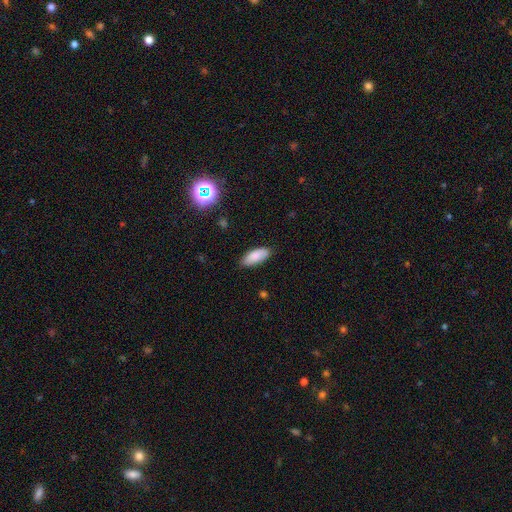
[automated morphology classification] A smooth galaxy with no disk features (86%) that is in between round and cigar-shaped (83%). Merging: none (83%).